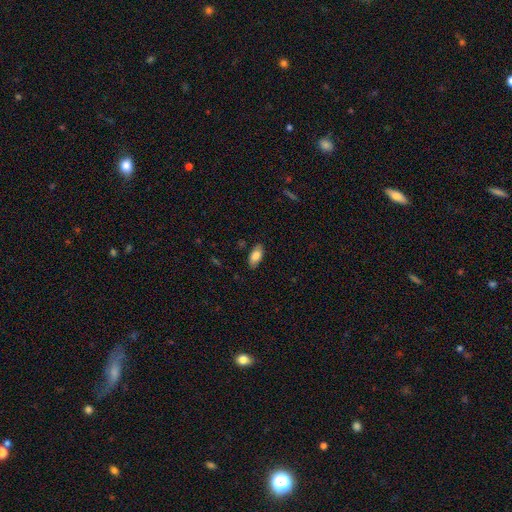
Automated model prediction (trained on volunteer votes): This appears to be a smooth galaxy with no disk features (82%) that is in between round and cigar-shaped (92%). Merging: none (84%).